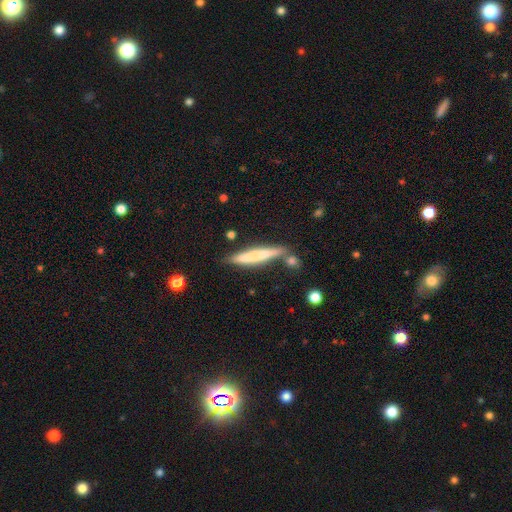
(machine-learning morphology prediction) Smooth or featured: smooth — 59% (featured or disk — 35%)
How rounded: cigar-shaped — 93% (in between — 5%)
Merging: none — 72% (minor disturbance — 14%)